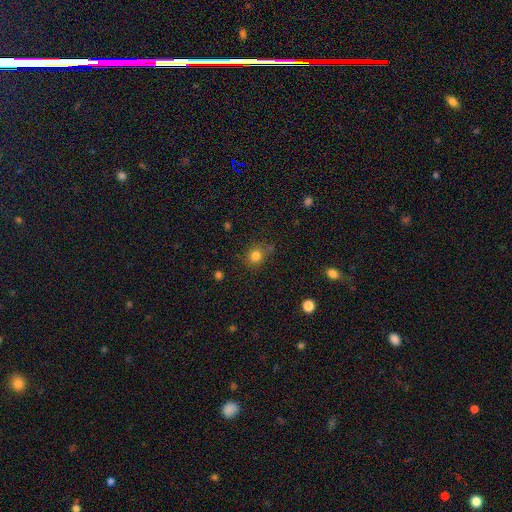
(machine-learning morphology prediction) Smooth or featured? Predicted: smooth (p=0.81). How rounded? Predicted: round (p=0.78). Merging? Predicted: none (p=0.74).